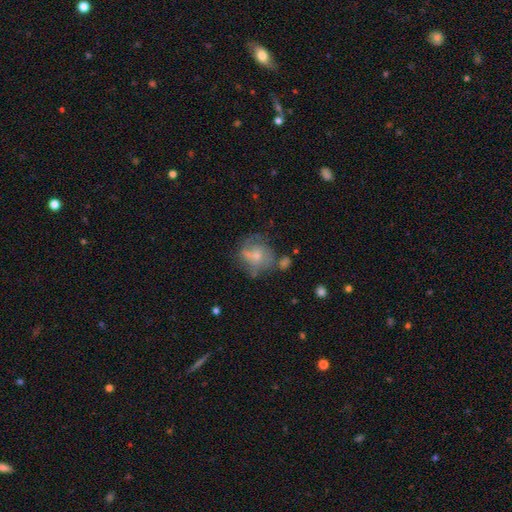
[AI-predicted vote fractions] The model was most divided on "smooth or featured": featured or disk: 48%, smooth: 43%, star or artifact: 10%. Remaining: merging — none (46%).